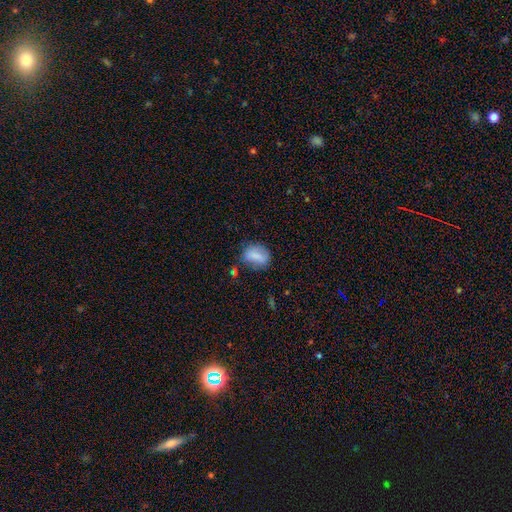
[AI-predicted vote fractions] Smooth or featured? Predicted: smooth (p=0.77). How rounded? Predicted: in between (p=0.73). Merging? Predicted: none (p=0.65).